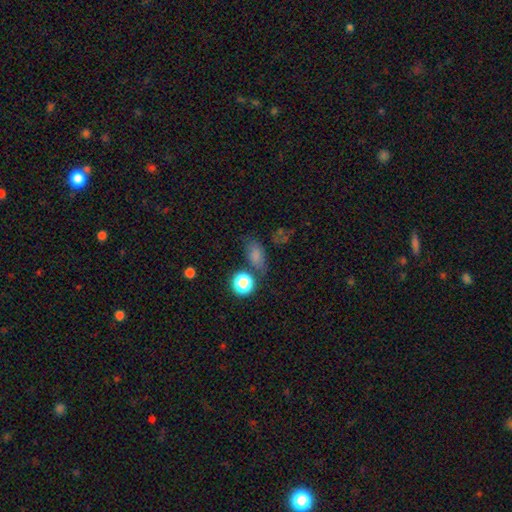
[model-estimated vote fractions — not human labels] Smooth or featured? smooth (70%)
How rounded? in between (70%)
Merging? none (59%)